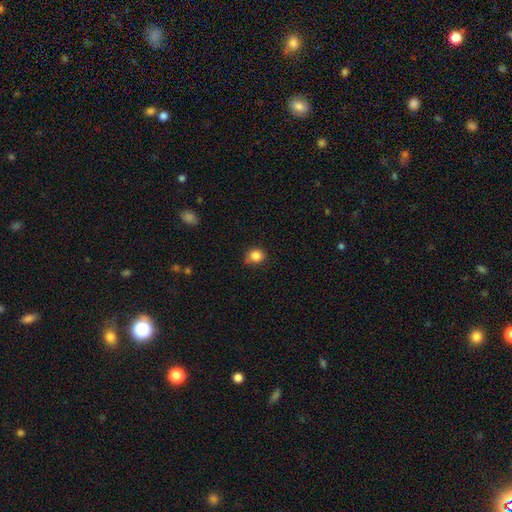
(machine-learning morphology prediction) smooth 85%, star or artifact 11%, featured or disk 4%. Down the decision tree: how rounded — round (77%); merging — none (78%).